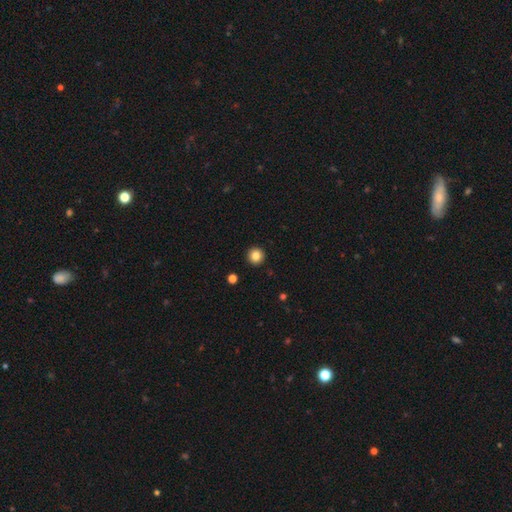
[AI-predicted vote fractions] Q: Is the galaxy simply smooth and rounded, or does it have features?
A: smooth — 85%.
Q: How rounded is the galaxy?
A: round — 96%.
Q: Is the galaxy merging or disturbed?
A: none — 93%.